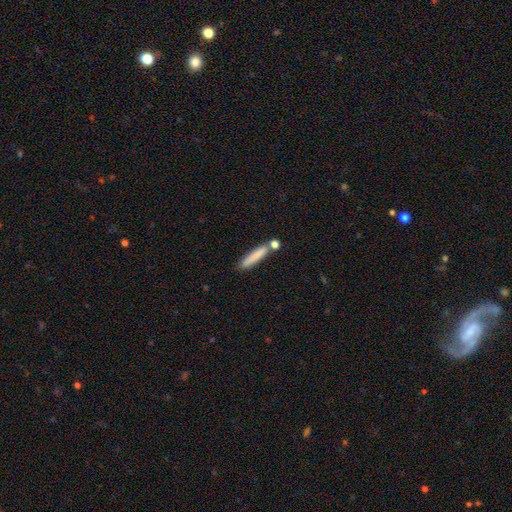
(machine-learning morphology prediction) Smooth or featured? Predicted: smooth (p=0.79). How rounded? Predicted: cigar-shaped (p=0.87). Merging? Predicted: none (p=0.67).